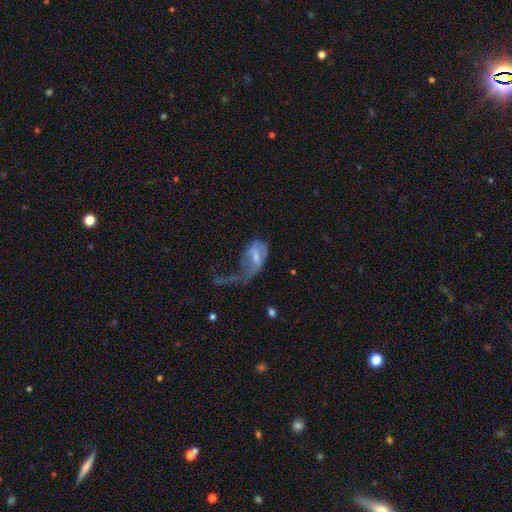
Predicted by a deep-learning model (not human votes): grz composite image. It shows a featured or disk galaxy (53%) with a weak bar (41%), no spiral arms (56%) and a moderate central bulge (33%). Merging: major disturbance (70%).